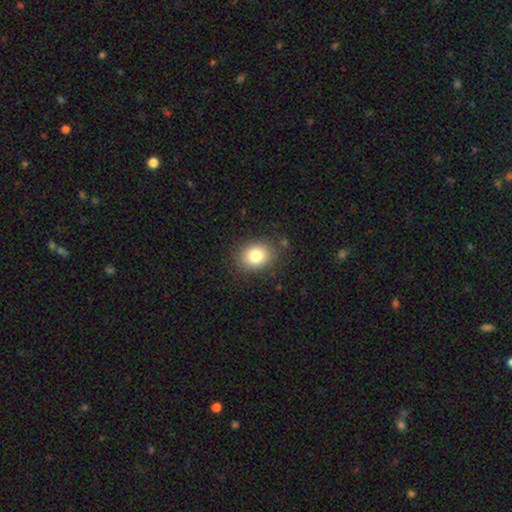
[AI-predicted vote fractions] Overall: smooth (81%). How rounded: round (52%; in between 47%). Merging: none (85%).